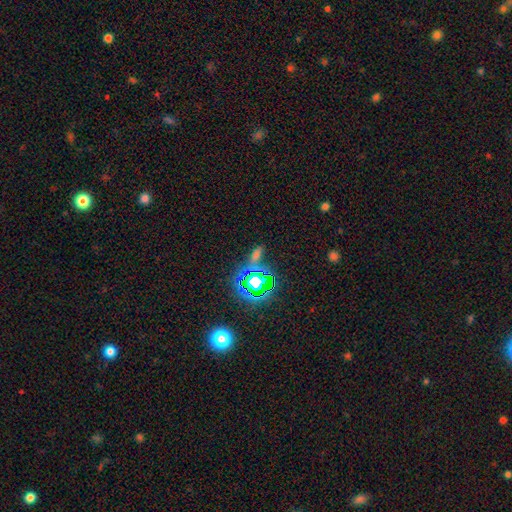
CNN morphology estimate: Q: Smooth or featured?
A: star or artifact (50%); runner-up: smooth (39%)